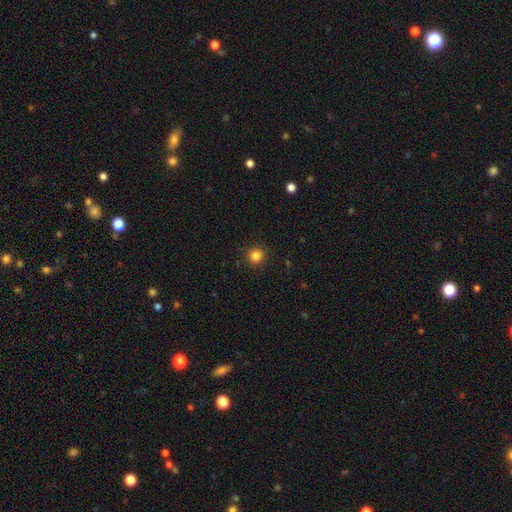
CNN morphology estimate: This is clearly a smooth galaxy (84%). How rounded: clearly round (92%). Merging: clearly none (91%).